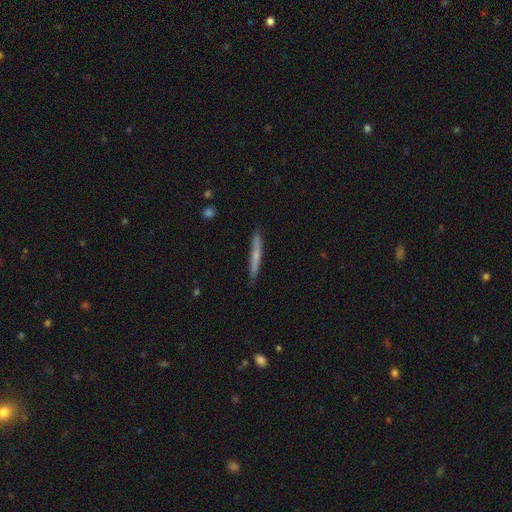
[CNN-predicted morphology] A smooth galaxy with no disk features (56%) that is cigar-shaped (96%).

Vote fractions:
- Smooth or featured? smooth: 56% / featured or disk: 38% / star or artifact: 6%
- How rounded? cigar-shaped: 96% / in between: 3% / round: 1%
- Merging? none: 87% / minor disturbance: 10% / major disturbance: 2% / merger: 1%